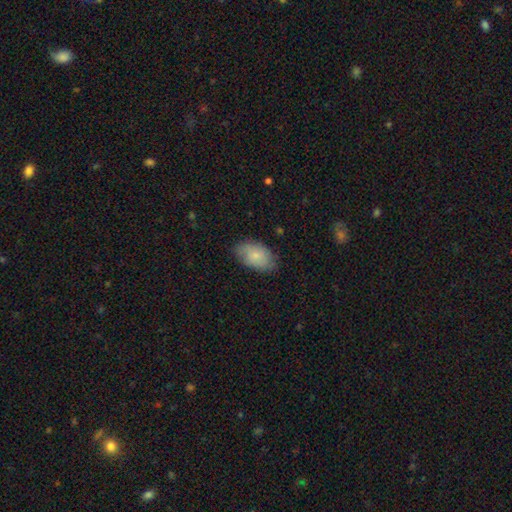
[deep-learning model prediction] smooth 76%, featured or disk 17%, star or artifact 6%. Down the decision tree: how rounded — in between (92%); merging — none (78%).